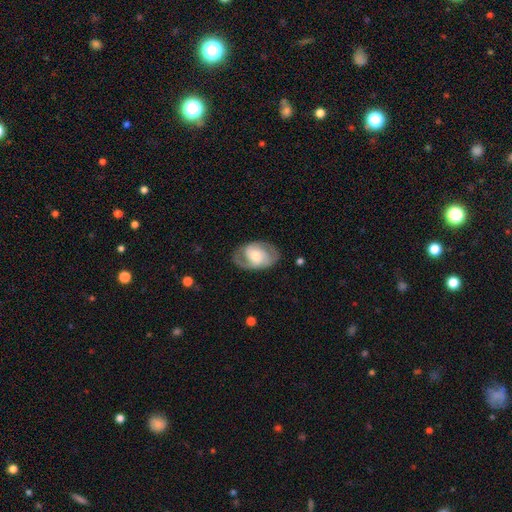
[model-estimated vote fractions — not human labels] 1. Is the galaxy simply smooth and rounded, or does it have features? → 74% featured or disk, 21% smooth, 5% star or artifact.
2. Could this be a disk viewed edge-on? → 96% no, 4% yes.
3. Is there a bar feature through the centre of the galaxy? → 54% no, 35% weak, 11% strong.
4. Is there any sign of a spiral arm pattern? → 87% yes, 13% no.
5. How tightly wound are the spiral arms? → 46% medium, 37% tight, 17% loose.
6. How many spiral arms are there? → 77% 2, 11% can't tell, 5% 3, 4% 1, 1% 4, 1% more than 4.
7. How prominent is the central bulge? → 57% moderate, 32% small, 8% large, 2% none, 1% dominant.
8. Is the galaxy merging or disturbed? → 75% none, 16% minor disturbance, 7% major disturbance, 1% merger.